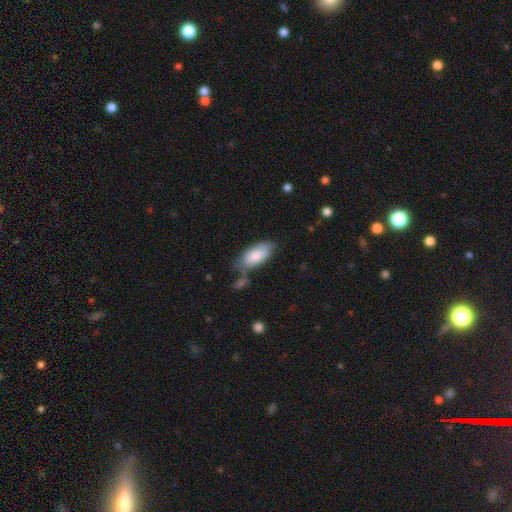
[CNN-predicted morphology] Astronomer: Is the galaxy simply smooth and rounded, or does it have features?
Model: smooth — 84%.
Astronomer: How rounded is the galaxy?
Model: in between — 89%.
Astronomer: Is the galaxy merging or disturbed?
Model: none — 61%.